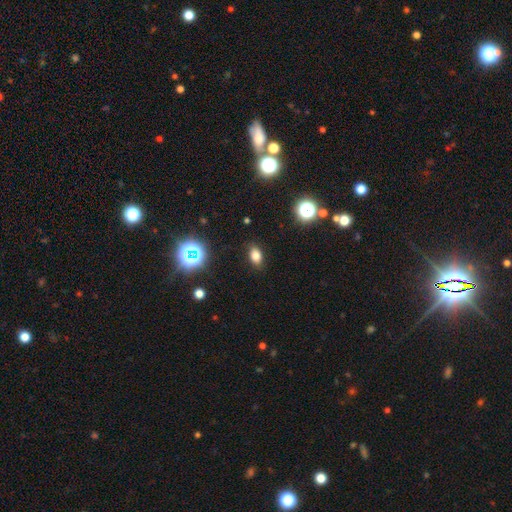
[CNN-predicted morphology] A smooth galaxy with no disk features (77%) that is in between round and cigar-shaped (83%). Merging: none (87%).